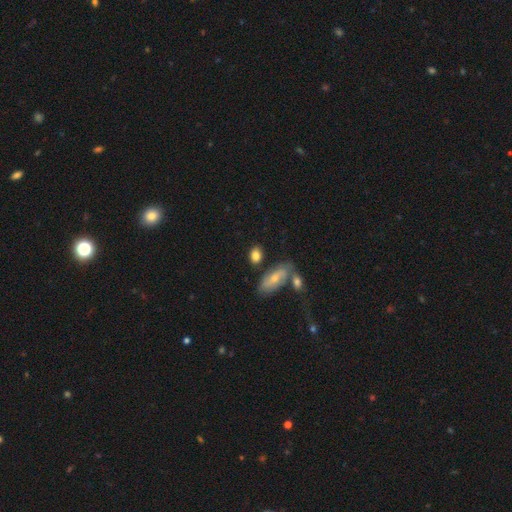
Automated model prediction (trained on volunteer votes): The model was most divided on "merging": none: 69%, minor disturbance: 14%, merger: 13%, major disturbance: 4%. More confident: smooth or featured — smooth (79%); how rounded — in between (75%).